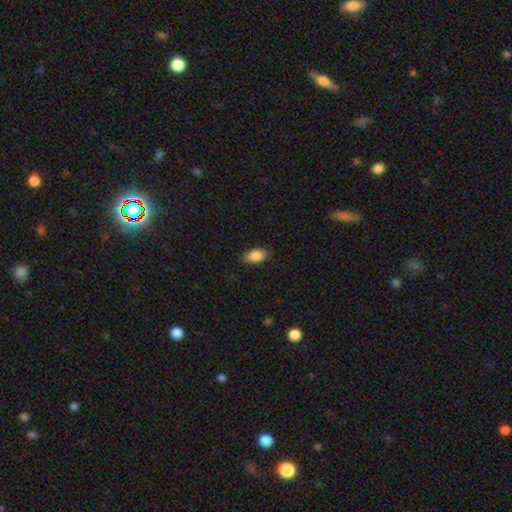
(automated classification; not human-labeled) The model was most divided on "merging": none: 83%, minor disturbance: 14%, major disturbance: 3%, merger: 1%. More confident: how rounded — in between (91%); smooth or featured — smooth (86%).